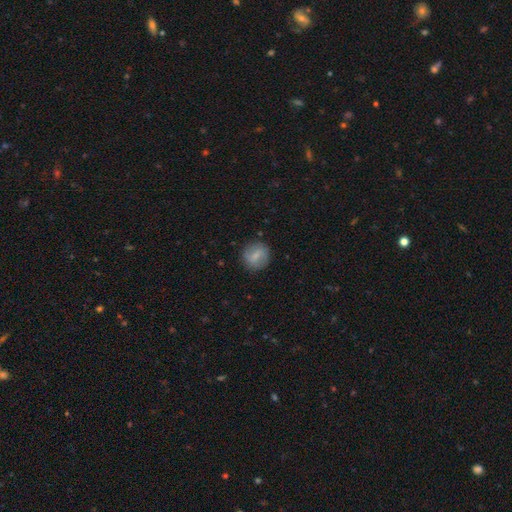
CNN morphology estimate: smooth_or_featured: smooth (p=0.66) [alt: featured or disk p=0.26]
how_rounded: round (p=0.83) [alt: in between p=0.16]
merging: none (p=0.83) [alt: minor disturbance p=0.12]